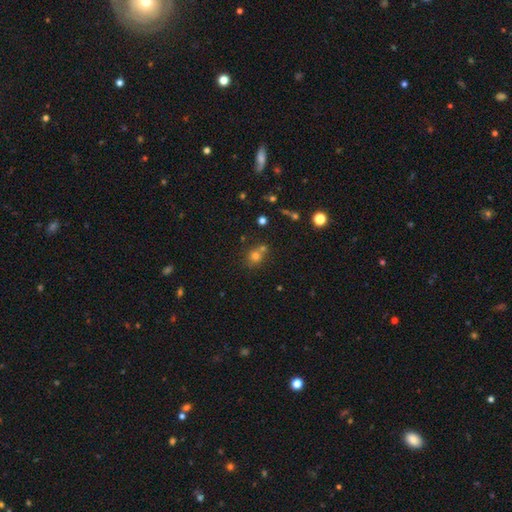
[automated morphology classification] Smooth or featured? Predicted: smooth (p=0.66). How rounded? Predicted: round (p=0.83). Merging? Predicted: none (p=0.57).